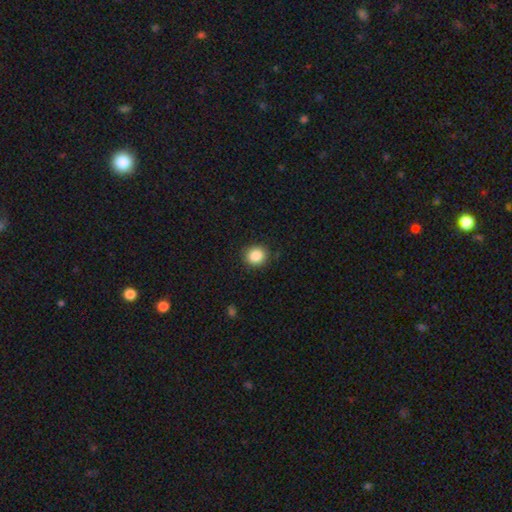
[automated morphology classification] smooth-or-featured: smooth: 87% | star or artifact: 9% | featured or disk: 3%
  how-rounded: round: 83% | in between: 17% | cigar-shaped: 1%
  merging: none: 87% | minor disturbance: 9% | major disturbance: 2% | merger: 1%